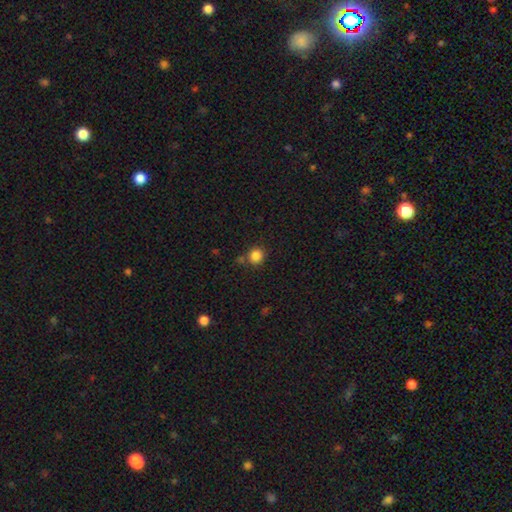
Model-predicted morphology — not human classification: Smooth or featured? Predicted: smooth (p=0.85). How rounded? Predicted: round (p=0.90). Merging? Predicted: none (p=0.77).